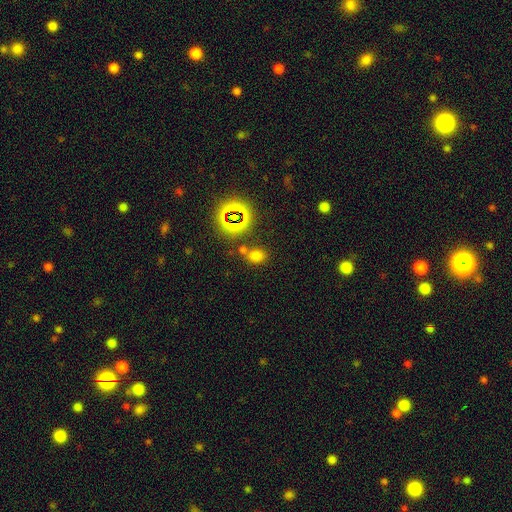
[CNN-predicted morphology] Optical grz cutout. It shows a smooth galaxy with no disk features (65%) that is in between round and cigar-shaped (53%). Merging: none (68%).